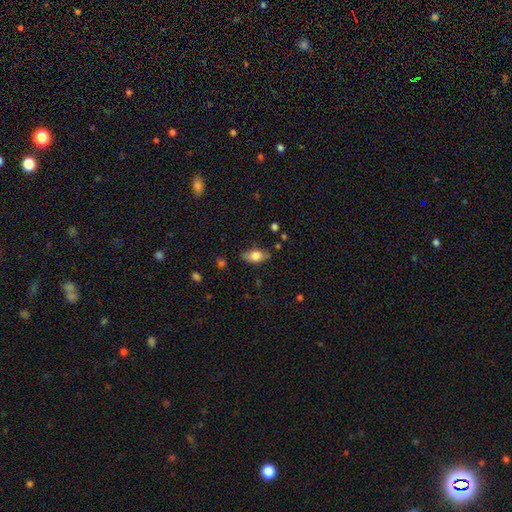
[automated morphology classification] Overall: smooth (71%). How rounded: in between (85%). Merging: none (81%).